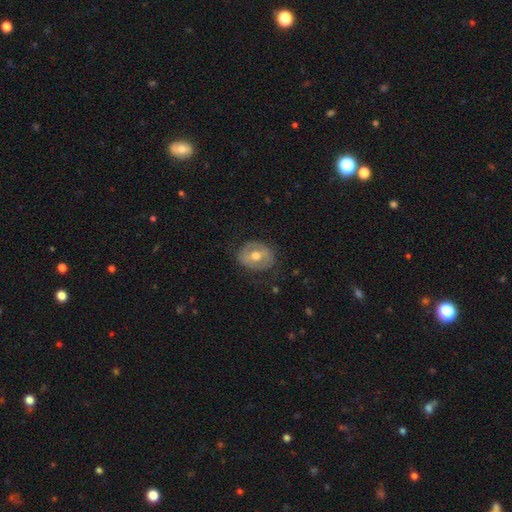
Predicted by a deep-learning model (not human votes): A featured or disk galaxy (52%).

Vote fractions:
- Smooth or featured? featured or disk: 52% / smooth: 41% / star or artifact: 7%
- Edge-on disk? no: 95% / yes: 5%
- Merging? none: 72% / minor disturbance: 18% / major disturbance: 8% / merger: 1%